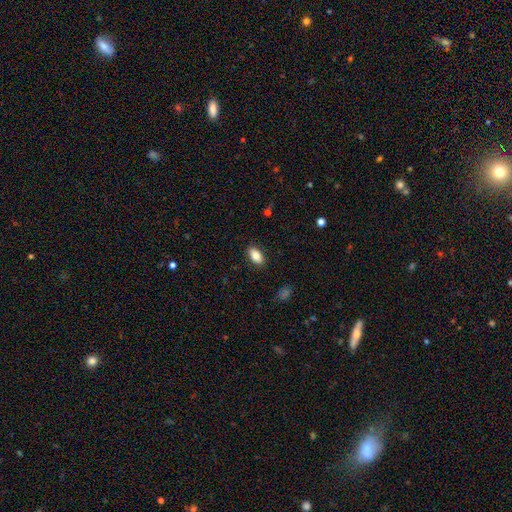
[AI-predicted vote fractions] Smooth or featured? Predicted: smooth (p=0.82). How rounded? Predicted: in between (p=0.92). Merging? Predicted: none (p=0.88).